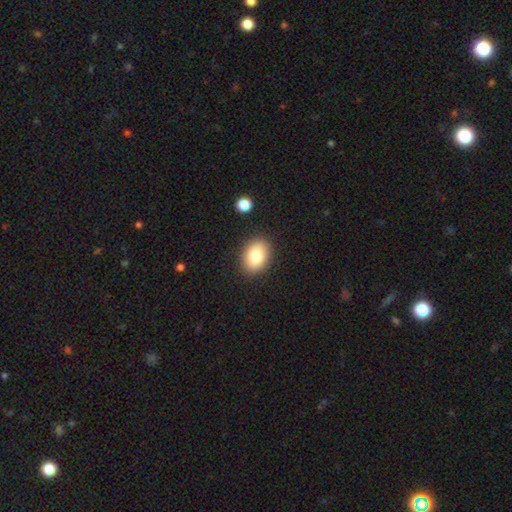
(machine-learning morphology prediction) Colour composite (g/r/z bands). It shows a smooth galaxy with no disk features (81%) that is in between round and cigar-shaped (71%). Merging: none (88%).